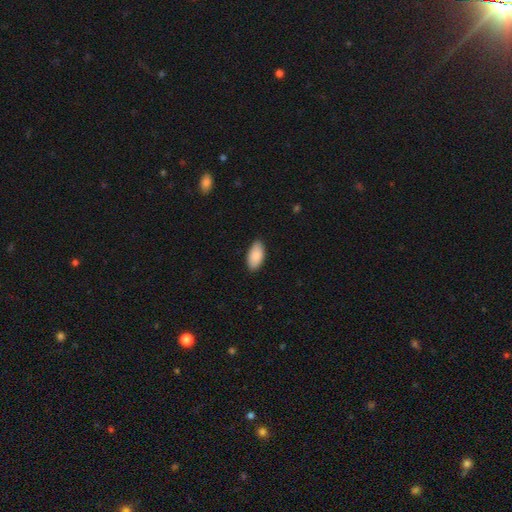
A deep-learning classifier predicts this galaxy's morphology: Smooth or featured? smooth (89%)
How rounded? in between (95%)
Merging? none (87%)